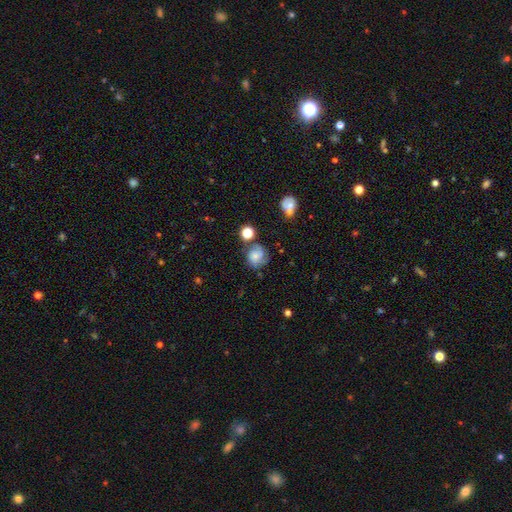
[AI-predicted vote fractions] Q: Smooth or featured?
A: featured or disk (48%); runner-up: smooth (41%)
Q: Merging?
A: none (55%); runner-up: minor disturbance (23%)